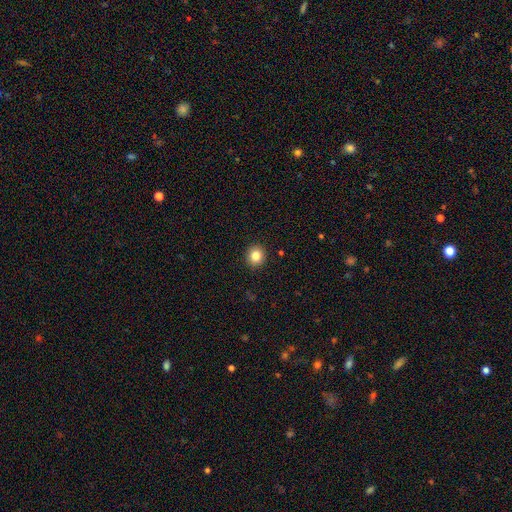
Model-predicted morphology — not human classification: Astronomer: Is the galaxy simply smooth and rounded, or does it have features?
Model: smooth — 83%.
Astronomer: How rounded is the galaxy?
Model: round — 87%.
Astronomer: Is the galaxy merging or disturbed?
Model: none — 92%.